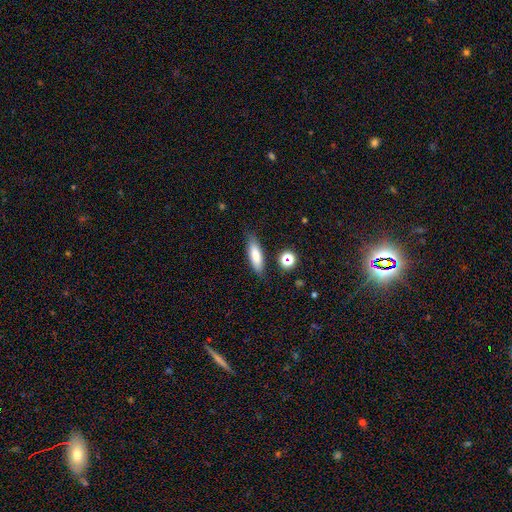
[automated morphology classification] Smooth or featured?
  - smooth: 79% *
  - featured or disk: 13%
  - star or artifact: 8%
How rounded?
  - in between: 51% *
  - cigar-shaped: 46%
  - round: 3%
Merging?
  - none: 79% *
  - minor disturbance: 15%
  - major disturbance: 4%
  - merger: 3%